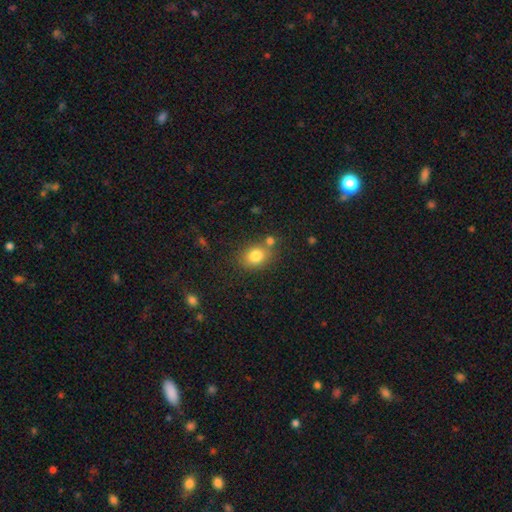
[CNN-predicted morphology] A smooth galaxy with no disk features (81%) that is in between round and cigar-shaped (50%).

Vote fractions:
- Smooth or featured? smooth: 81% / star or artifact: 10% / featured or disk: 8%
- How rounded? in between: 50% / round: 49% / cigar-shaped: 1%
- Merging? none: 68% / merger: 15% / minor disturbance: 13% / major disturbance: 4%